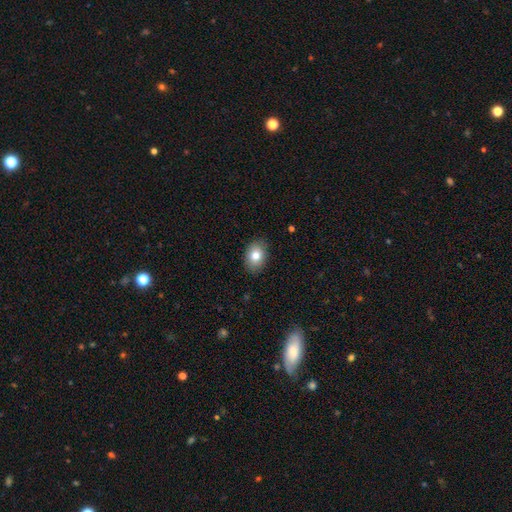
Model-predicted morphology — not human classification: Smooth or featured? Predicted: smooth (p=0.80). How rounded? Predicted: in between (p=0.77). Merging? Predicted: none (p=0.86).